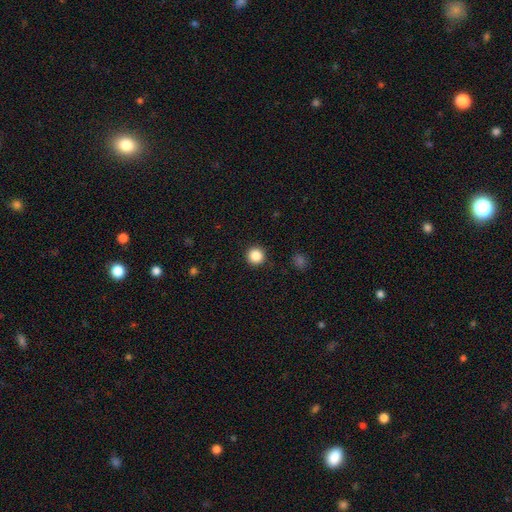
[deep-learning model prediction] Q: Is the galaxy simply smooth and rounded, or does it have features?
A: smooth — 87%.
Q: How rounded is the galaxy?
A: round — 96%.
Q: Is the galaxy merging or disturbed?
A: none — 92%.